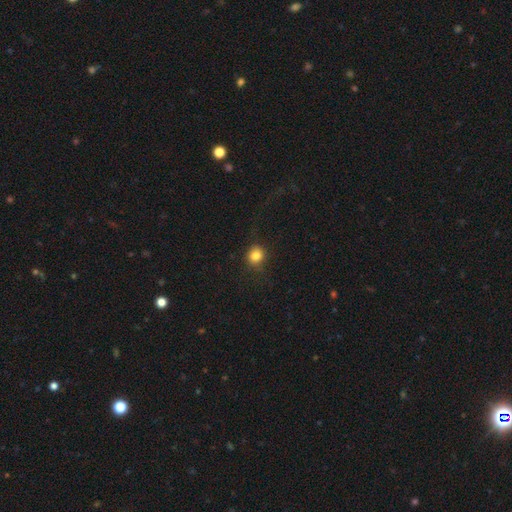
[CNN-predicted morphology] smooth_or_featured: smooth (p=0.83) [alt: star or artifact p=0.12]
how_rounded: round (p=0.82) [alt: in between p=0.17]
merging: none (p=0.82) [alt: minor disturbance p=0.12]